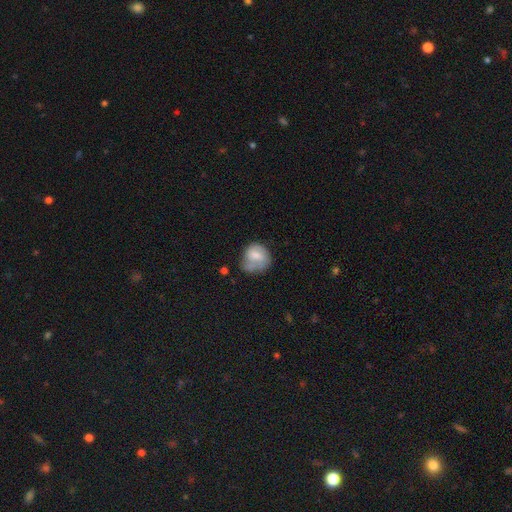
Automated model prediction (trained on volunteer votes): smooth-or-featured: smooth: 56% | featured or disk: 37% | star or artifact: 7%
  how-rounded: round: 71% | in between: 28% | cigar-shaped: 1%
  merging: none: 40% | minor disturbance: 32% | major disturbance: 21% | merger: 8%